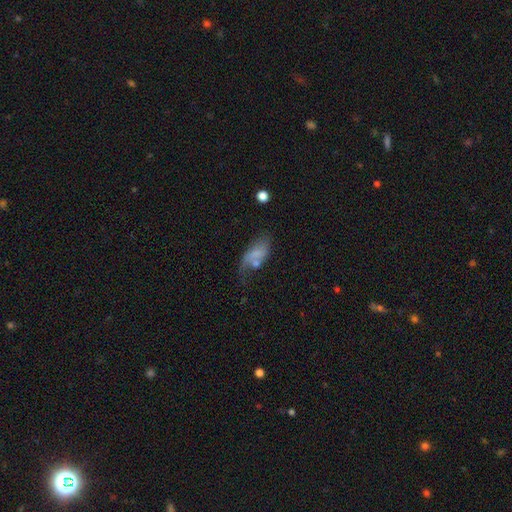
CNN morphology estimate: smooth_or_featured: smooth (p=0.53) [alt: featured or disk p=0.37]
how_rounded: in between (p=0.86) [alt: cigar-shaped p=0.09]
merging: none (p=0.32) [alt: major disturbance p=0.26]